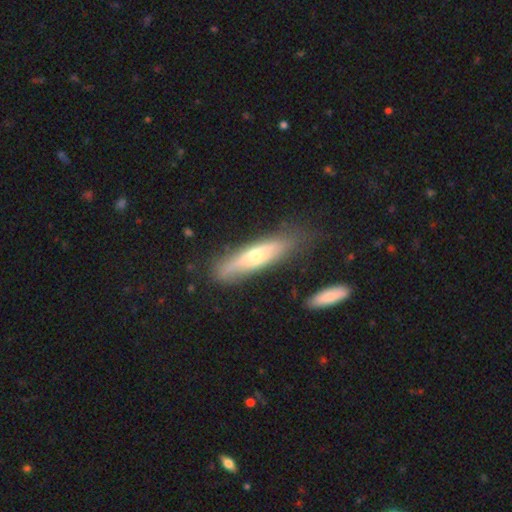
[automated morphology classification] A featured or disk galaxy (49%). Merging: none (74%).